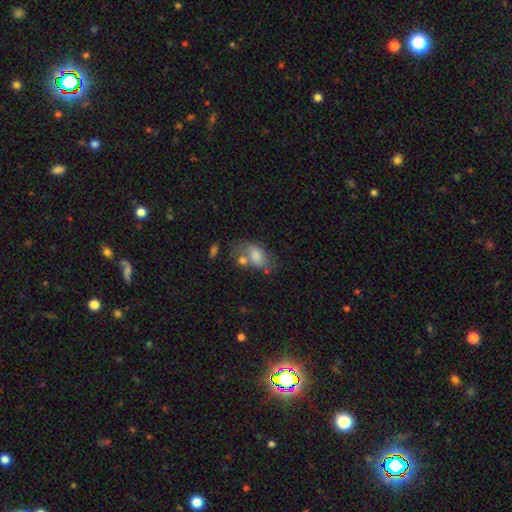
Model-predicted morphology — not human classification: Smooth or featured? Predicted: smooth (p=0.71). How rounded? Predicted: in between (p=0.88). Merging? Predicted: none (p=0.36).